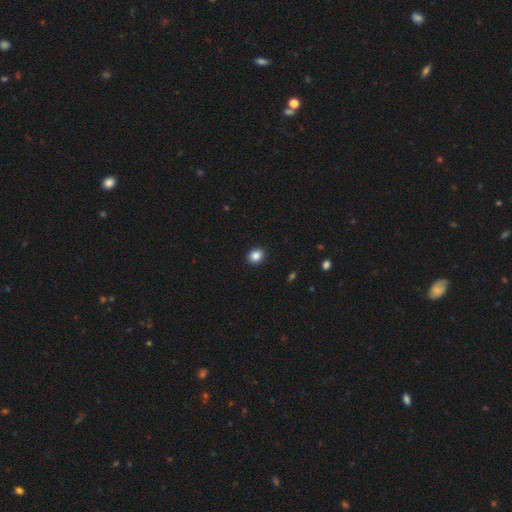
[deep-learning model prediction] A smooth galaxy with no disk features (87%) that is round (58%). Merging: none (92%).